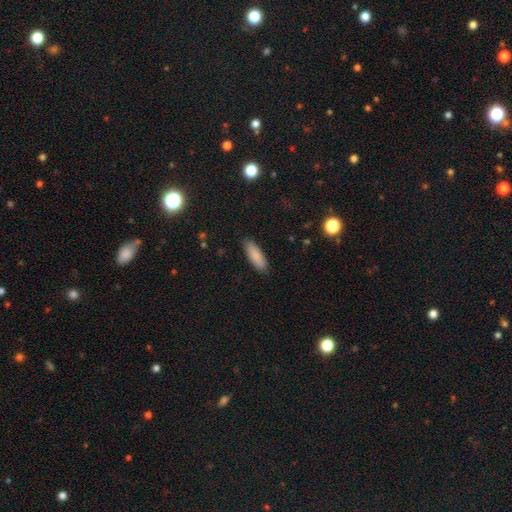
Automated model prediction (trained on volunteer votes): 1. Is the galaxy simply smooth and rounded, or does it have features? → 87% smooth, 7% featured or disk, 6% star or artifact.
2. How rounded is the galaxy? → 52% in between, 47% cigar-shaped, 2% round.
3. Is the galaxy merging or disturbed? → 88% none, 9% minor disturbance, 2% major disturbance, 1% merger.